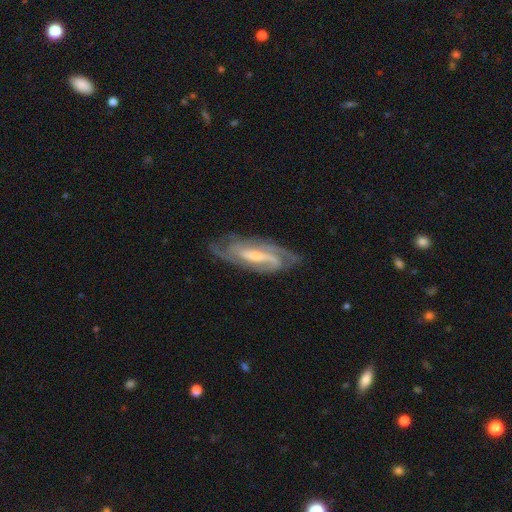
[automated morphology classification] Q: Smooth or featured?
A: featured or disk (88%); runner-up: smooth (8%)
Q: Edge-on disk?
A: no (89%); runner-up: yes (11%)
Q: Bar?
A: weak (41%); runner-up: strong (37%)
Q: Spiral arms?
A: yes (97%); runner-up: no (3%)
Q: Spiral winding?
A: tight (47%); runner-up: medium (43%)
Q: Spiral arm count?
A: 2 (58%); runner-up: 3 (17%)
Q: Bulge size?
A: small (51%); runner-up: moderate (41%)
Q: Merging?
A: none (77%); runner-up: minor disturbance (16%)